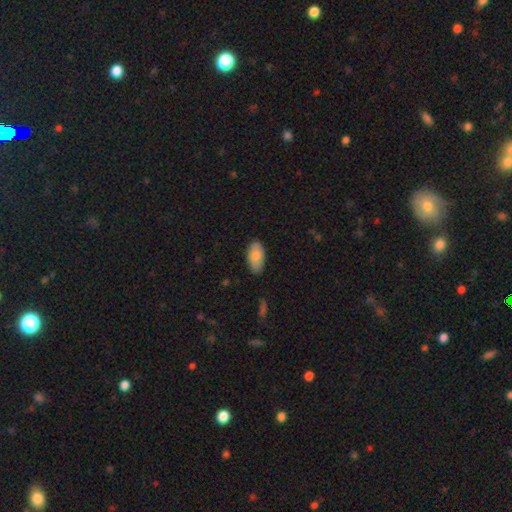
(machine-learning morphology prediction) Smooth or featured: smooth — 81% (featured or disk — 13%)
How rounded: in between — 94% (round — 3%)
Merging: none — 77% (minor disturbance — 19%)